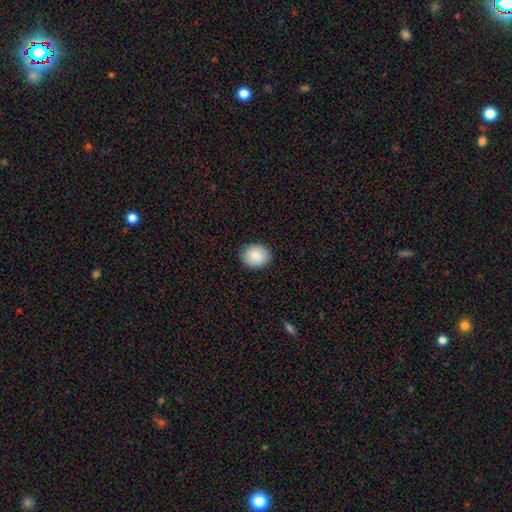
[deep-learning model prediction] A smooth galaxy with no disk features (87%) that is round (63%). Merging: none (90%).